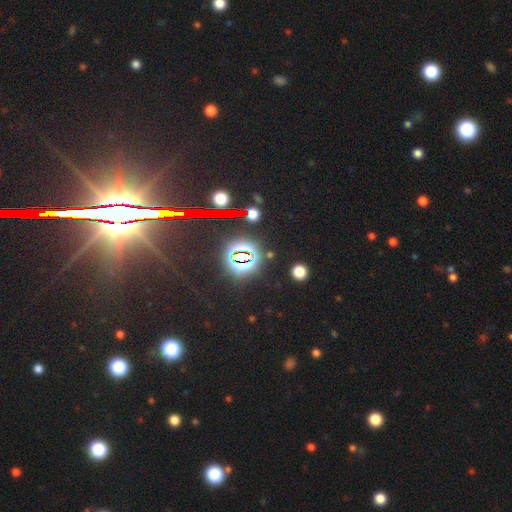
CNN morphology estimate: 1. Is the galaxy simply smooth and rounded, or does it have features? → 84% star or artifact, 9% featured or disk, 7% smooth.